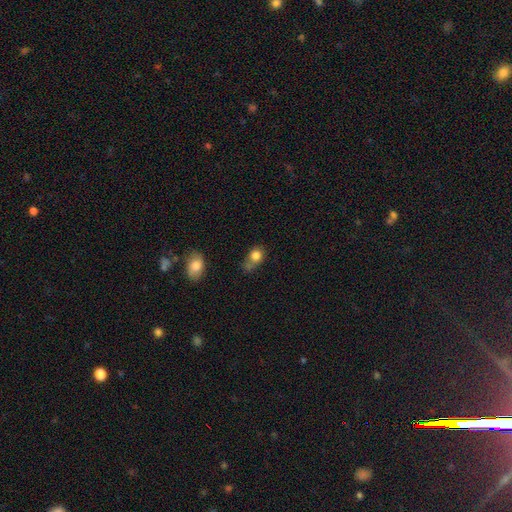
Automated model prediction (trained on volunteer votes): This is clearly a smooth galaxy (80%). How rounded: possibly round (52%). Merging: marginally none (37%).